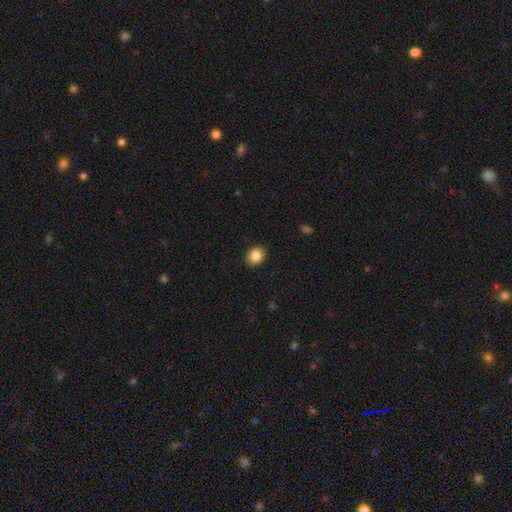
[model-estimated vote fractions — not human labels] Smooth or featured?
  - smooth: 86% *
  - star or artifact: 9%
  - featured or disk: 5%
How rounded?
  - round: 64% *
  - in between: 36%
  - cigar-shaped: 1%
Merging?
  - none: 89% *
  - minor disturbance: 8%
  - major disturbance: 2%
  - merger: 1%